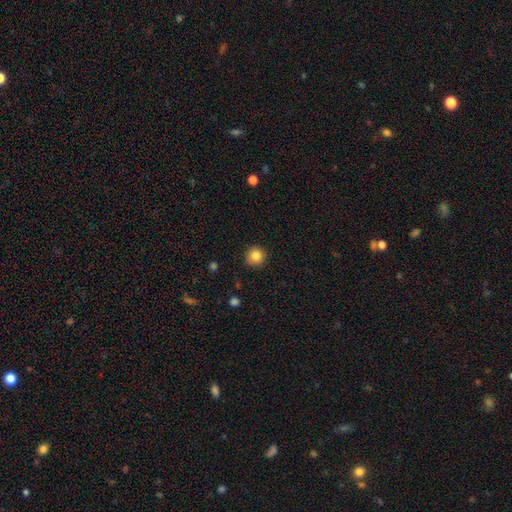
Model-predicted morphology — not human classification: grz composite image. It shows a smooth galaxy with no disk features (84%) that is round (91%). Merging: none (88%).